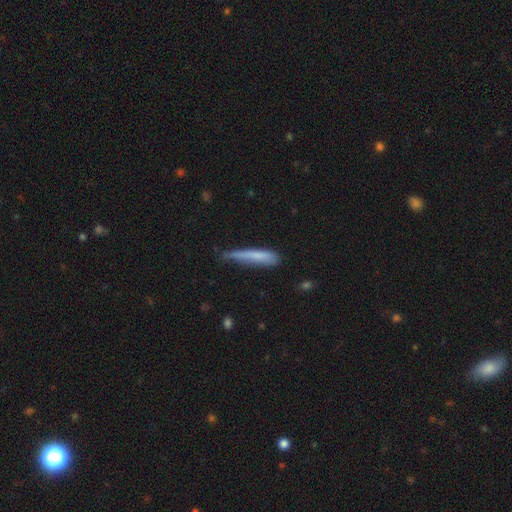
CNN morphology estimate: type=smooth (71%); roundness=cigar-shaped (93%); merging=none (53%).